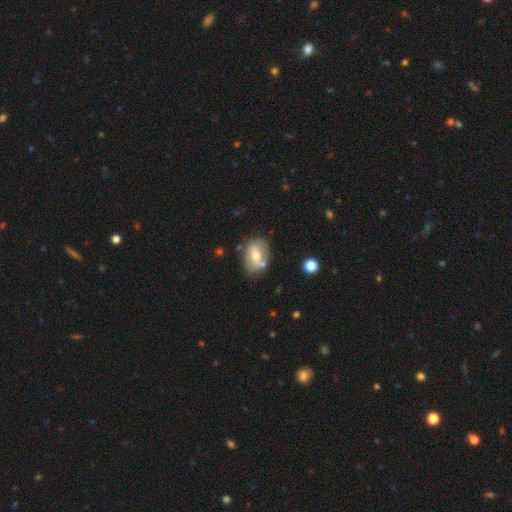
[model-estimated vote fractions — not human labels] smooth_or_featured: featured or disk (p=0.47) [alt: smooth p=0.46]
merging: none (p=0.67) [alt: minor disturbance p=0.19]